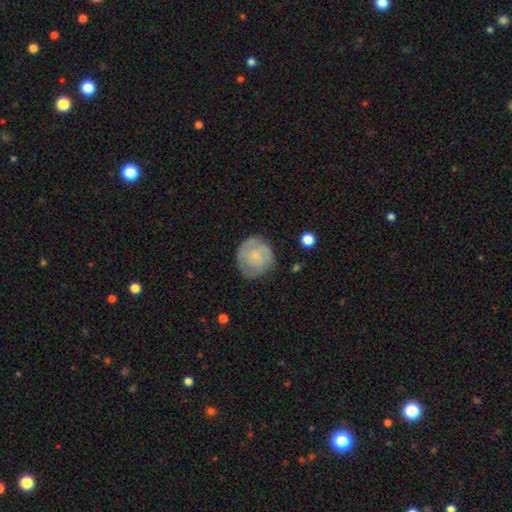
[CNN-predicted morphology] A smooth galaxy with no disk features (47%, tied with featured or disk).

Vote fractions:
- Smooth or featured? smooth: 47% (tied) / featured or disk: 47% (tied) / star or artifact: 6%
- Merging? none: 74% / minor disturbance: 19% / major disturbance: 6% / merger: 2%